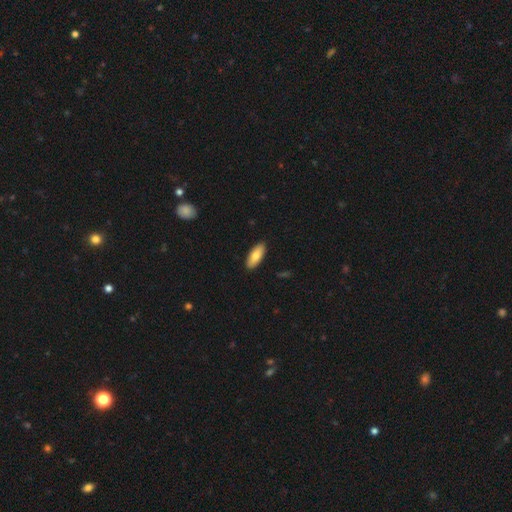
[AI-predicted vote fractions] Smooth or featured?
  - smooth: 78% *
  - featured or disk: 16%
  - star or artifact: 6%
How rounded?
  - in between: 80% *
  - cigar-shaped: 18%
  - round: 2%
Merging?
  - none: 90% *
  - minor disturbance: 7%
  - major disturbance: 1%
  - merger: 1%